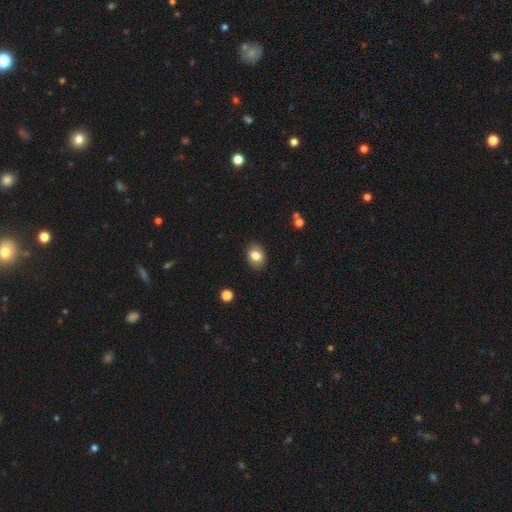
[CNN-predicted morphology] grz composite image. It shows a smooth galaxy with no disk features (82%) that is in between round and cigar-shaped (63%). Merging: none (86%).